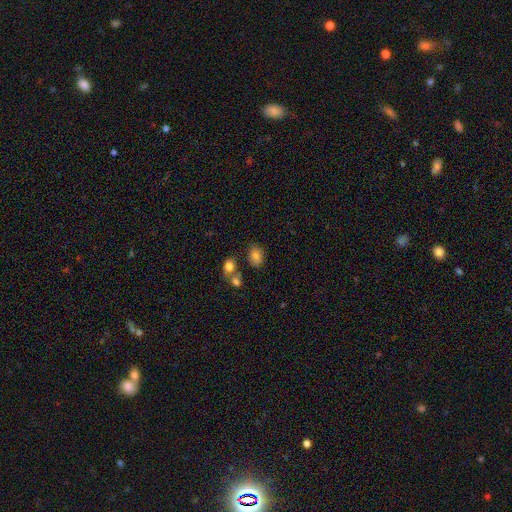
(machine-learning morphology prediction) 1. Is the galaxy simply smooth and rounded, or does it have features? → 79% smooth, 11% star or artifact, 11% featured or disk.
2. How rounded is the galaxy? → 69% in between, 30% round, 1% cigar-shaped.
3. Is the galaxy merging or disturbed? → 71% none, 13% minor disturbance, 12% merger, 4% major disturbance.